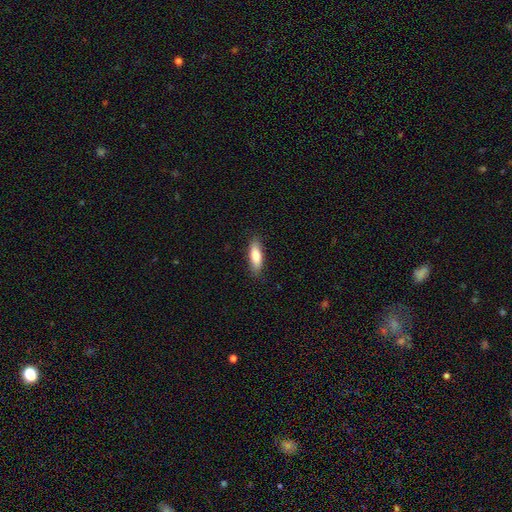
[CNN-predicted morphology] The model was most divided on "how rounded": in between: 56%, cigar-shaped: 42%, round: 2%. More confident: merging — none (85%); smooth or featured — smooth (81%).